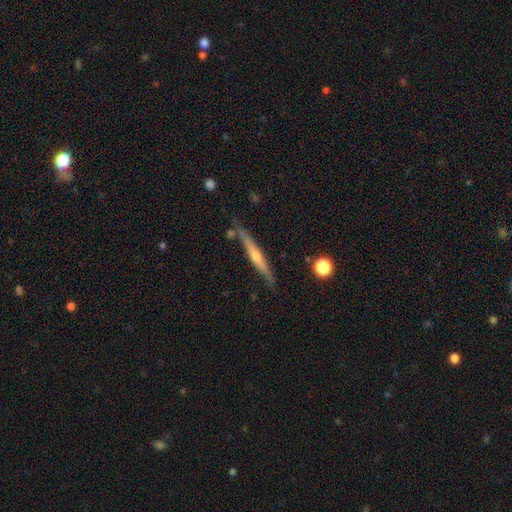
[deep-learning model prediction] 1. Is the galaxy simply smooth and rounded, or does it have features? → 66% featured or disk, 28% smooth, 6% star or artifact.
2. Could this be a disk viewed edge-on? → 96% yes, 4% no.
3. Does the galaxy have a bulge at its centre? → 75% rounded, 20% none, 5% boxy.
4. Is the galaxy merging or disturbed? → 80% none, 14% minor disturbance, 4% merger, 2% major disturbance.